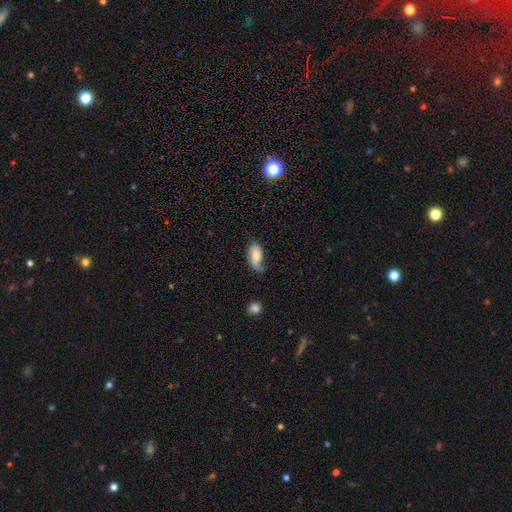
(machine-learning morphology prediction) Overall: smooth (64%; featured or disk 29%). How rounded: in between (91%). Merging: none (39%; minor disturbance 36%).